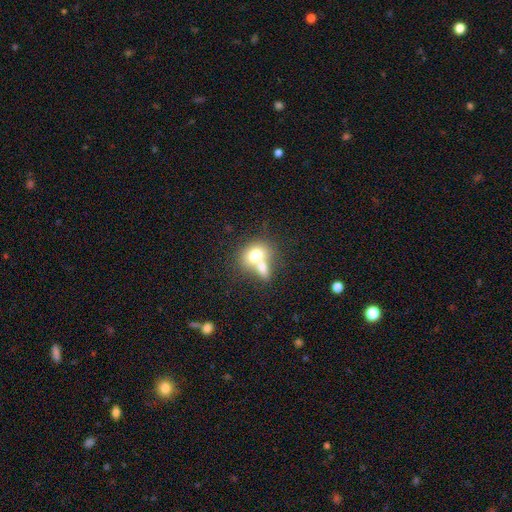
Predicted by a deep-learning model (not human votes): Overall: smooth (71%). How rounded: in between (57%; round 41%). Merging: merger (61%; none 26%).